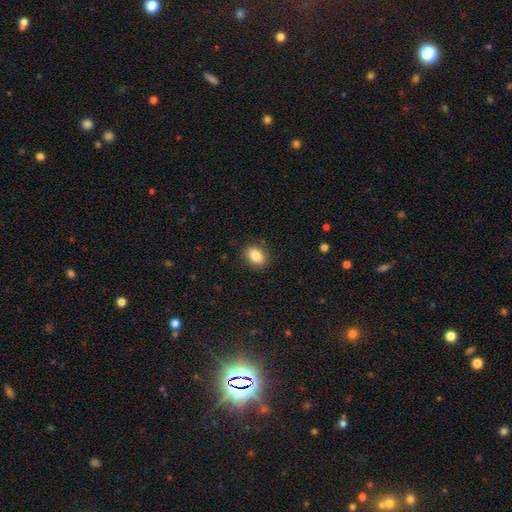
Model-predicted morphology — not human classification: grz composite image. It shows a smooth galaxy with no disk features (85%) that is in between round and cigar-shaped (78%). Merging: none (88%).